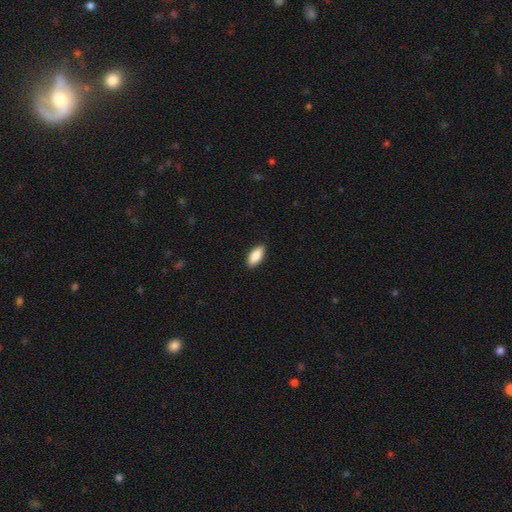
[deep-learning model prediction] A smooth galaxy with no disk features (88%) that is in between round and cigar-shaped (89%).

Vote fractions:
- Smooth or featured? smooth: 88% / star or artifact: 6% / featured or disk: 6%
- How rounded? in between: 89% / cigar-shaped: 9% / round: 2%
- Merging? none: 90% / minor disturbance: 8% / major disturbance: 2% / merger: 1%